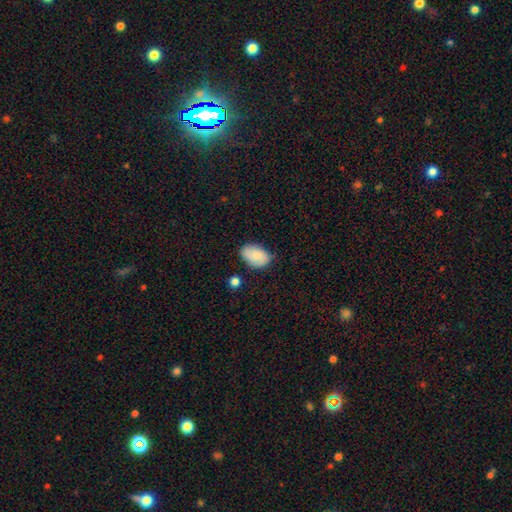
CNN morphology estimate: smooth 84%, featured or disk 10%, star or artifact 7%. Down the decision tree: how rounded — in between (89%); merging — none (68%).